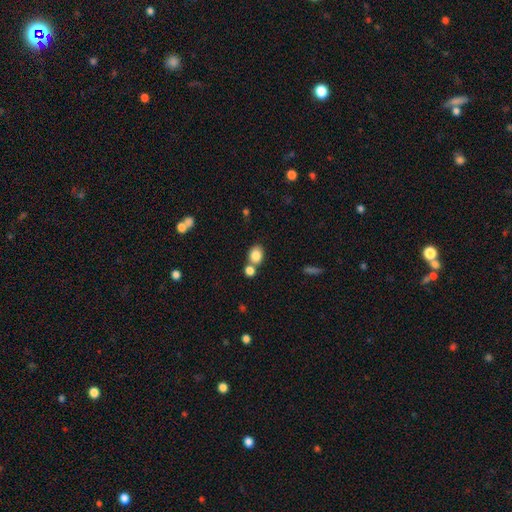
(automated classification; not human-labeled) smooth-or-featured: smooth: 84% | star or artifact: 9% | featured or disk: 7%
  how-rounded: round: 51% | in between: 48% | cigar-shaped: 1%
  merging: none: 57% | merger: 30% | minor disturbance: 10% | major disturbance: 3%